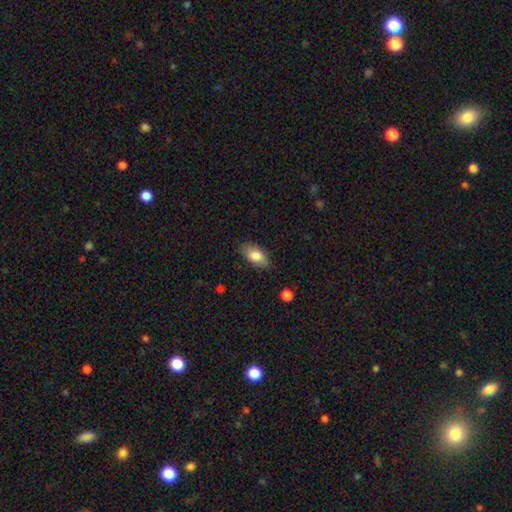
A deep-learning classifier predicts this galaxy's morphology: Smooth or featured?
  - smooth: 81% *
  - featured or disk: 12%
  - star or artifact: 7%
How rounded?
  - in between: 91% *
  - cigar-shaped: 6%
  - round: 4%
Merging?
  - none: 84% *
  - minor disturbance: 12%
  - major disturbance: 3%
  - merger: 1%